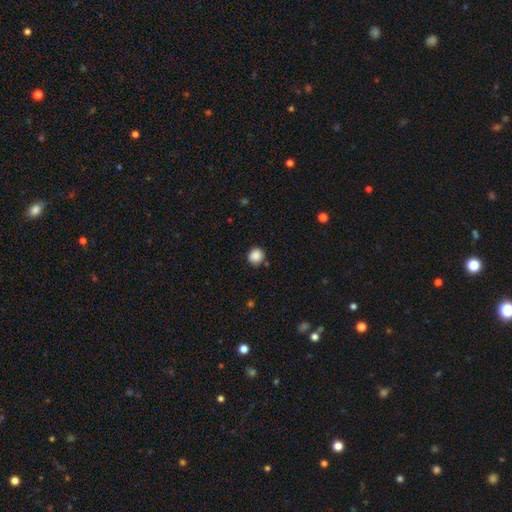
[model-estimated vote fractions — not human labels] Q: Smooth or featured?
A: smooth (87%); runner-up: star or artifact (9%)
Q: How rounded?
A: round (88%); runner-up: in between (11%)
Q: Merging?
A: none (83%); runner-up: minor disturbance (12%)